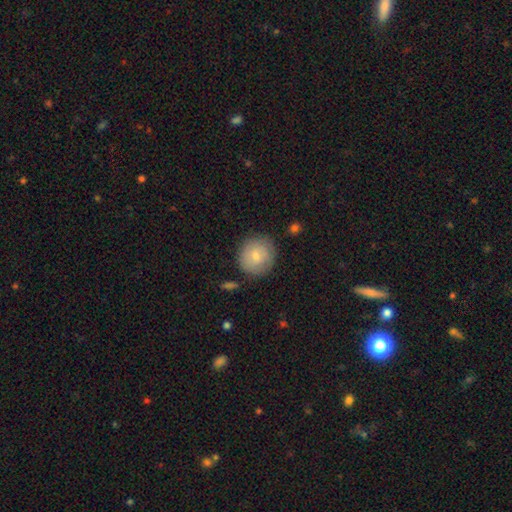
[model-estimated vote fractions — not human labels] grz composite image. It shows a smooth galaxy with no disk features (76%) that is round (89%). Merging: none (81%).